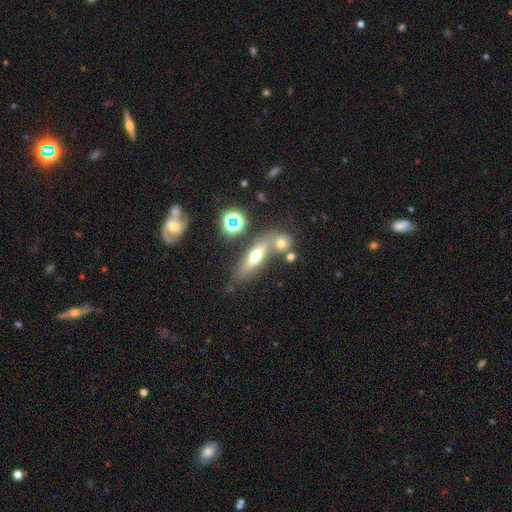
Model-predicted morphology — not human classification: Smooth or featured: smooth — 52% (featured or disk — 35%)
How rounded: cigar-shaped — 52% (in between — 42%)
Merging: none — 55% (merger — 26%)